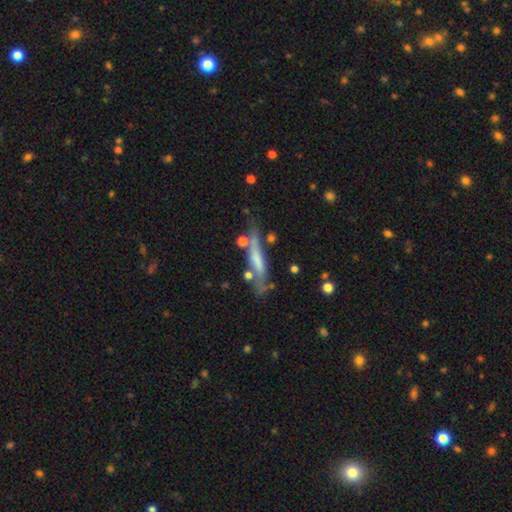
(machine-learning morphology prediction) type=featured or disk (51%); edge-on=yes (79%); merging=none (58%).